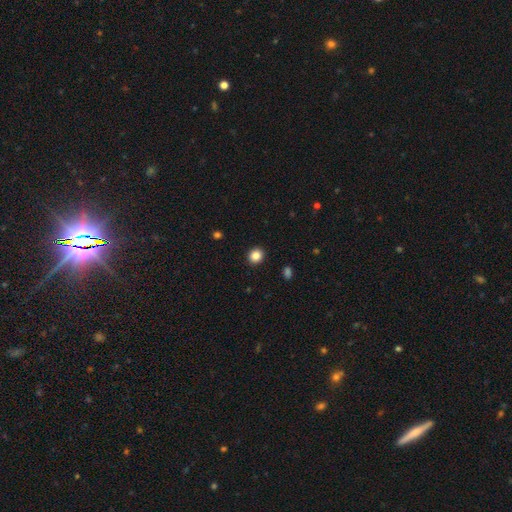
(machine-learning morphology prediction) type=smooth (86%); roundness=round (82%); merging=none (92%).